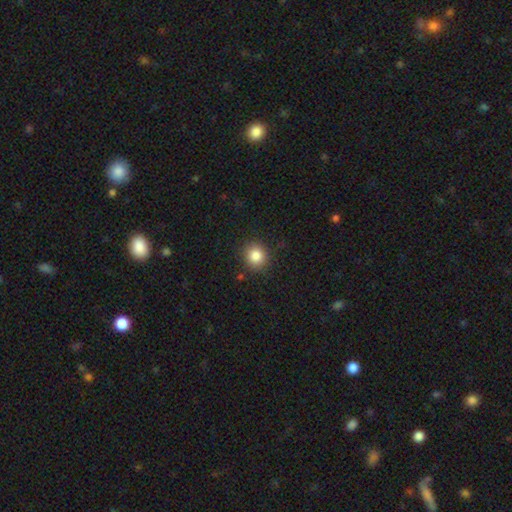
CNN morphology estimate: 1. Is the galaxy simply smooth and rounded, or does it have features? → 84% smooth, 11% star or artifact, 5% featured or disk.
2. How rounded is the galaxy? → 87% round, 12% in between, 1% cigar-shaped.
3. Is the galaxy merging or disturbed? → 89% none, 8% minor disturbance, 2% major disturbance, 1% merger.